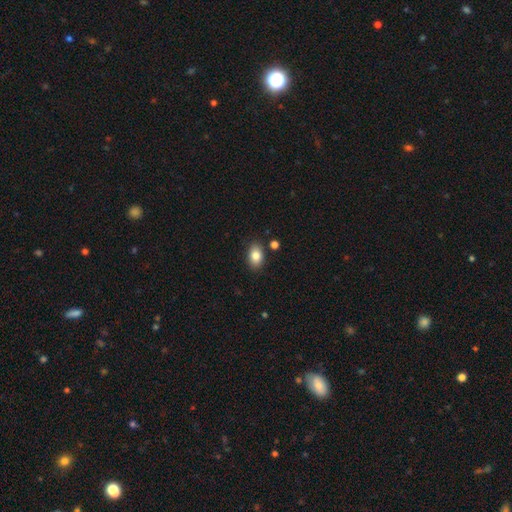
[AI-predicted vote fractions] Smooth or featured: smooth — 83% (star or artifact — 8%)
How rounded: in between — 86% (round — 13%)
Merging: none — 84% (minor disturbance — 10%)